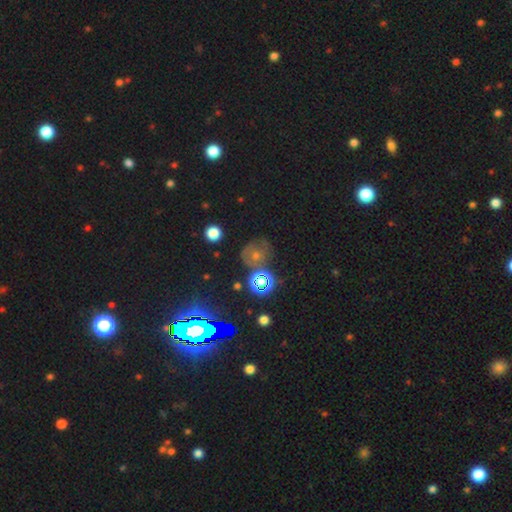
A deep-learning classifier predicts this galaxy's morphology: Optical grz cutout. It shows a star or artifact, not a galaxy (40%).